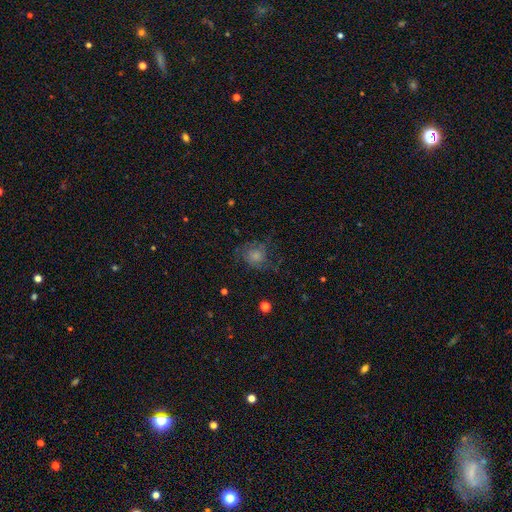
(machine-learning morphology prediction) Smooth or featured: smooth — 58% (featured or disk — 29%)
How rounded: round — 75% (in between — 24%)
Merging: none — 52% (major disturbance — 23%)